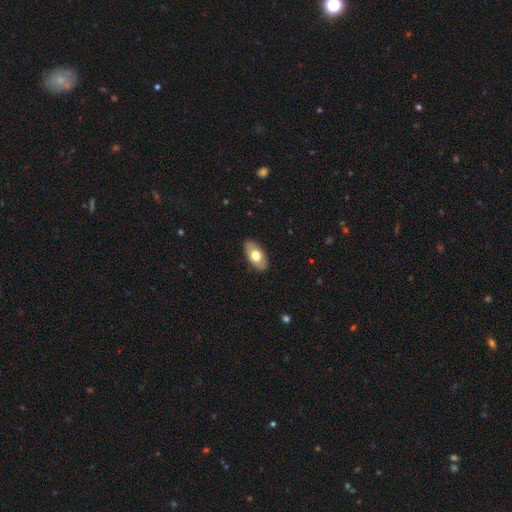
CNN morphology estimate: smooth 66%, featured or disk 28%, star or artifact 6%. Down the decision tree: how rounded — in between (93%); merging — none (88%).